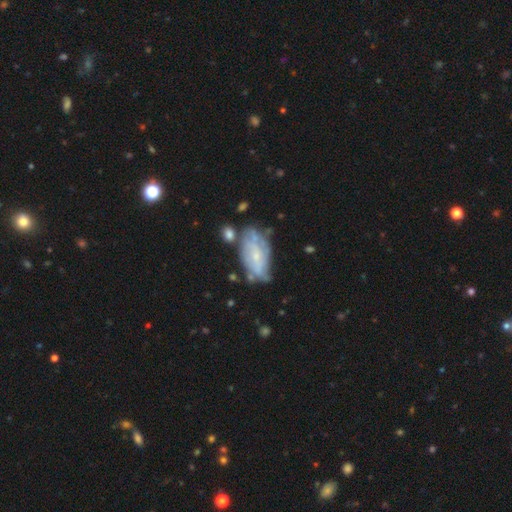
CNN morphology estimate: Smooth or featured?
  - featured or disk: 61% *
  - smooth: 32%
  - star or artifact: 8%
Edge-on disk?
  - no: 92% *
  - yes: 8%
Bar?
  - no: 65% *
  - weak: 29%
  - strong: 6%
Spiral arms?
  - yes: 67% *
  - no: 33%
Bulge size?
  - small: 68% *
  - moderate: 23%
  - none: 6%
  - large: 2%
  - dominant: 1%
Merging?
  - none: 53% *
  - minor disturbance: 25%
  - merger: 11%
  - major disturbance: 11%